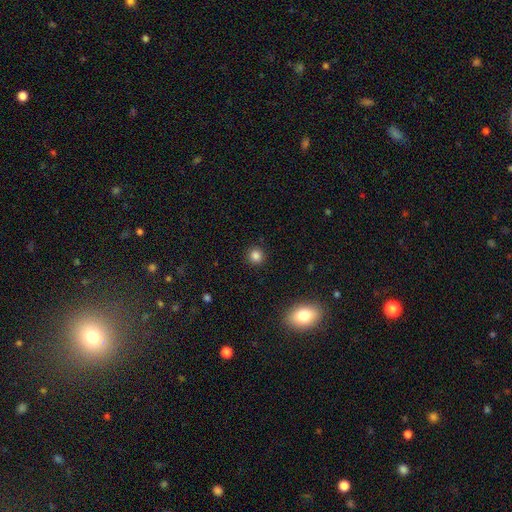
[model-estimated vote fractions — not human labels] smooth_or_featured: smooth (p=0.84) [alt: star or artifact p=0.12]
how_rounded: round (p=0.94) [alt: in between p=0.05]
merging: none (p=0.92) [alt: minor disturbance p=0.05]